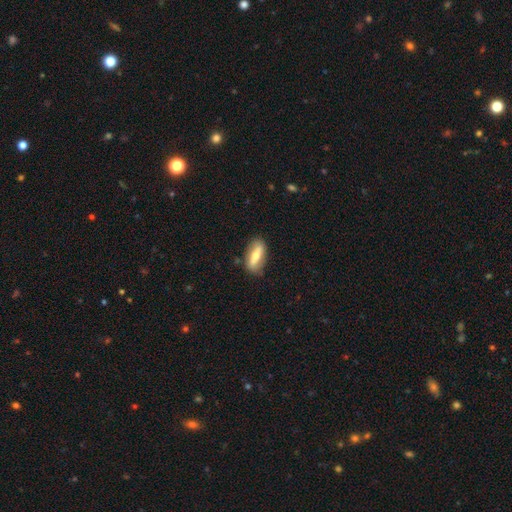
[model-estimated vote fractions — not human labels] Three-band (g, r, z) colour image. It shows a smooth galaxy with no disk features (55%) that is in between round and cigar-shaped (69%). Merging: none (79%).